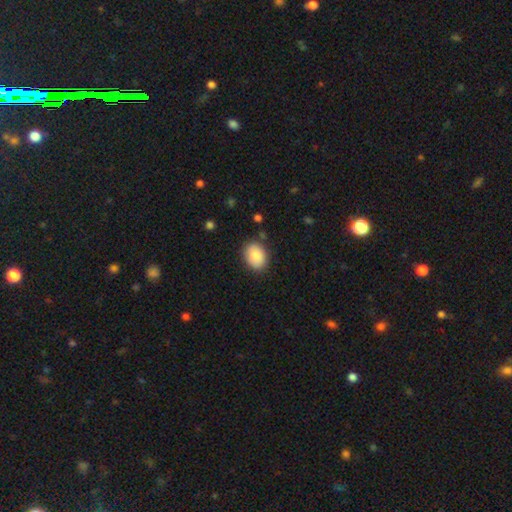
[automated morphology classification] A smooth galaxy with no disk features (87%) that is in between round and cigar-shaped (70%). Merging: none (84%).